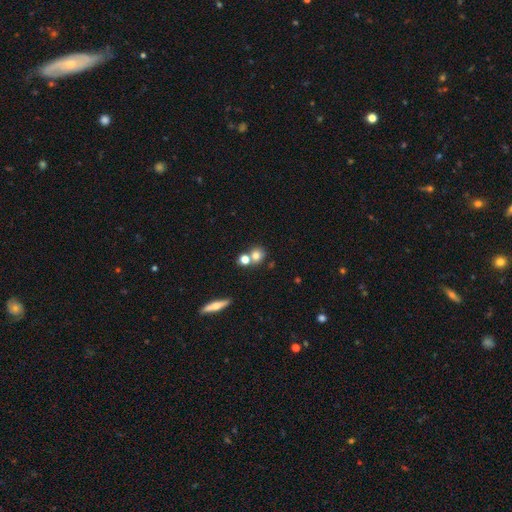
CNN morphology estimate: This appears to be a smooth galaxy with no disk features (74%) that is round (80%). Merging: none (54%).